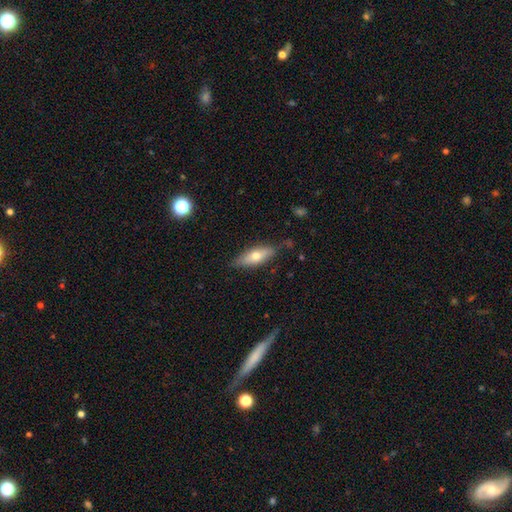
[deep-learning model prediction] smooth_or_featured: smooth (p=0.60) [alt: featured or disk p=0.33]
how_rounded: in between (p=0.62) [alt: cigar-shaped p=0.36]
merging: none (p=0.78) [alt: minor disturbance p=0.17]